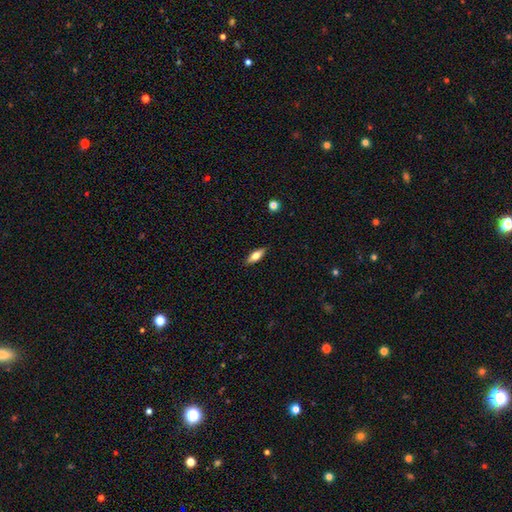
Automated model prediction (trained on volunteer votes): Morphology: type=smooth (61%); roundness=in between (62%); merging=none (88%).